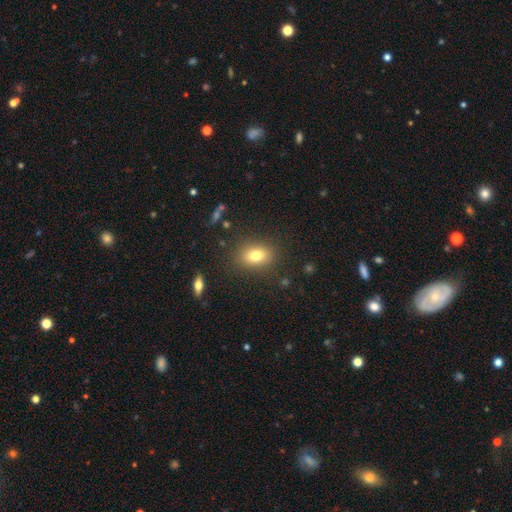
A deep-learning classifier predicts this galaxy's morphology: Smooth or featured? Predicted: smooth (p=0.78). How rounded? Predicted: in between (p=0.73). Merging? Predicted: none (p=0.84).